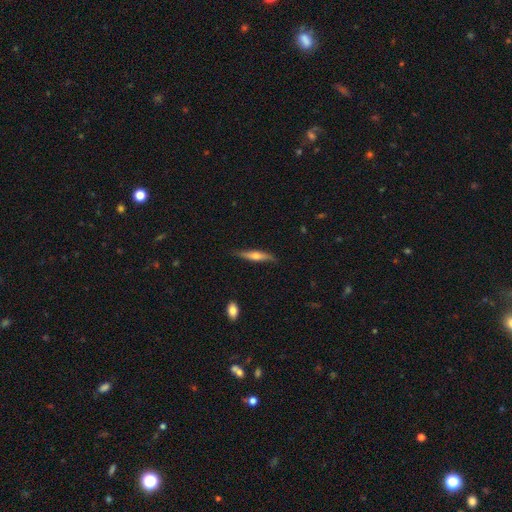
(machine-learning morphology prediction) Smooth or featured? featured or disk (52%)
Edge-on disk? yes (92%)
Merging? none (81%)